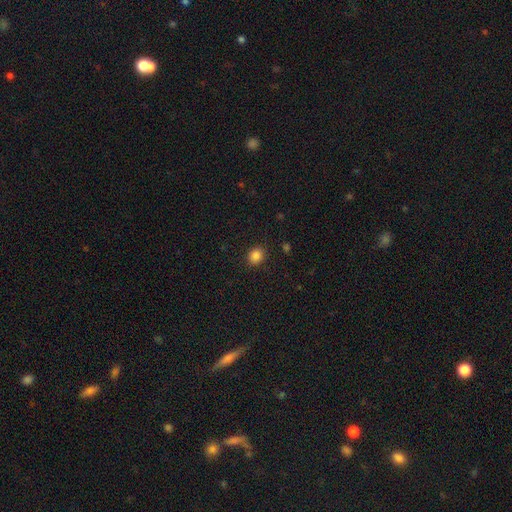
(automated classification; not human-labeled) Smooth or featured?
  - smooth: 85% *
  - star or artifact: 11%
  - featured or disk: 3%
How rounded?
  - round: 66% *
  - in between: 34%
  - cigar-shaped: 1%
Merging?
  - none: 88% *
  - minor disturbance: 8%
  - major disturbance: 3%
  - merger: 1%